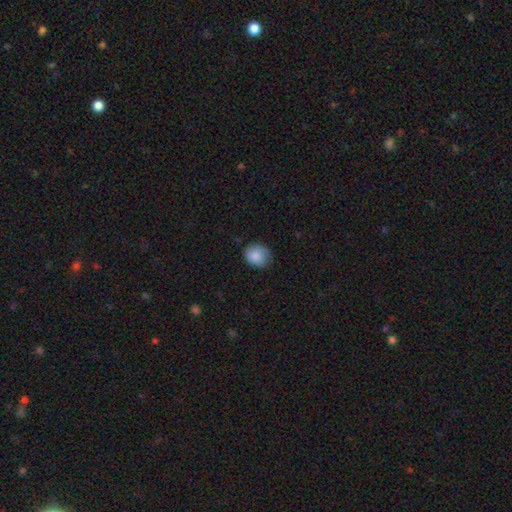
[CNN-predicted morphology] A smooth galaxy with no disk features (85%) that is round (67%).

Vote fractions:
- Smooth or featured? smooth: 85% / star or artifact: 7% / featured or disk: 7%
- How rounded? round: 67% / in between: 32% / cigar-shaped: 1%
- Merging? none: 67% / minor disturbance: 26% / major disturbance: 5% / merger: 1%